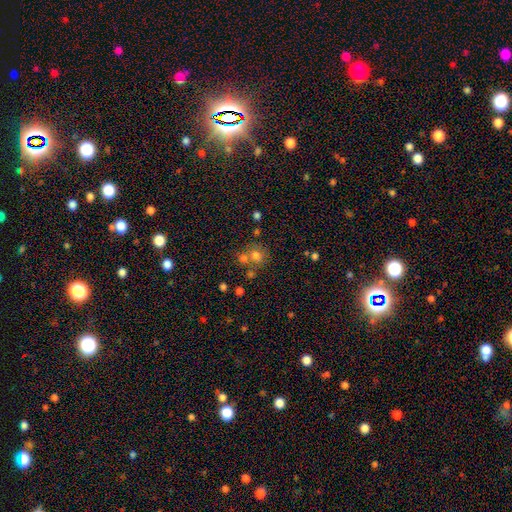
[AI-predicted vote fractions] smooth 70%, star or artifact 17%, featured or disk 13%. Down the decision tree: how rounded — round (81%); merging — none (50%).